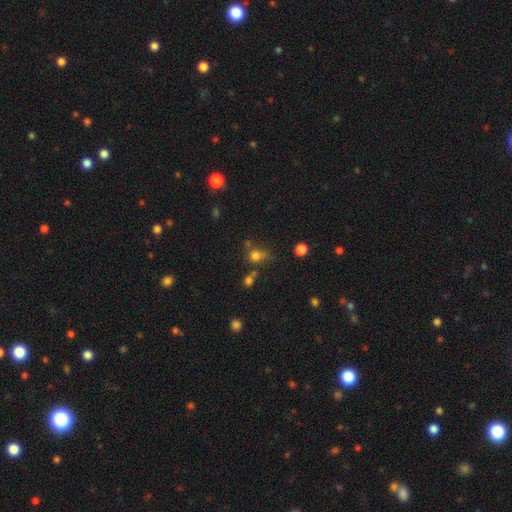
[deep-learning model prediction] smooth_or_featured: smooth (p=0.73) [alt: star or artifact p=0.17]
how_rounded: round (p=0.71) [alt: in between p=0.27]
merging: none (p=0.52) [alt: minor disturbance p=0.19]